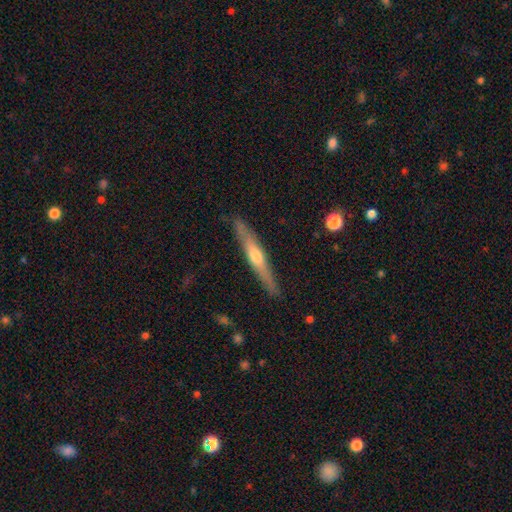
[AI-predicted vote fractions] smooth-or-featured: featured or disk: 63% | smooth: 32% | star or artifact: 6%
  disk-edge-on: yes: 95% | no: 5%
    edge-on-bulge: rounded: 82% | none: 14% | boxy: 4%
  merging: none: 88% | minor disturbance: 9% | major disturbance: 2% | merger: 1%